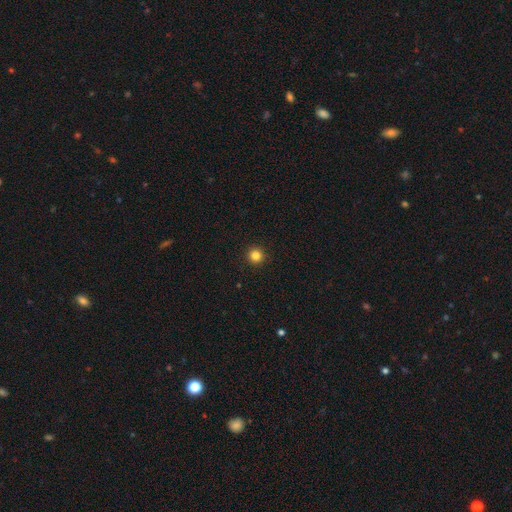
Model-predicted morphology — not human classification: smooth-or-featured: smooth: 83% | star or artifact: 12% | featured or disk: 4%
  how-rounded: round: 95% | in between: 4% | cigar-shaped: 1%
  merging: none: 93% | minor disturbance: 4% | major disturbance: 2% | merger: 1%